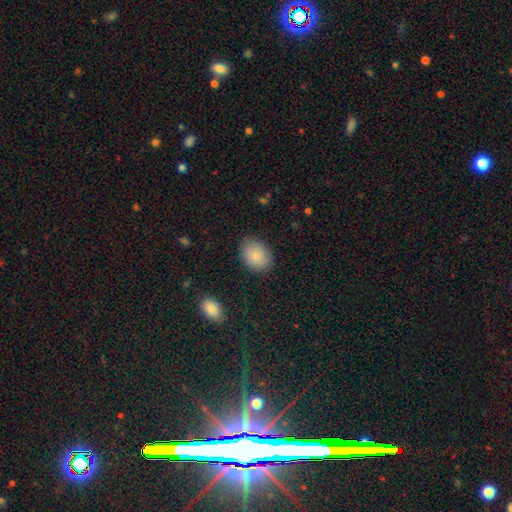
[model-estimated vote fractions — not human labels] Smooth or featured?
  - smooth: 84% *
  - featured or disk: 8%
  - star or artifact: 8%
How rounded?
  - in between: 65% *
  - round: 34%
  - cigar-shaped: 1%
Merging?
  - none: 84% *
  - minor disturbance: 12%
  - major disturbance: 3%
  - merger: 1%